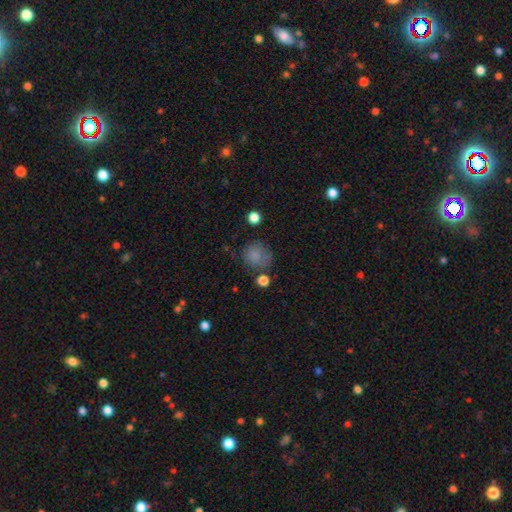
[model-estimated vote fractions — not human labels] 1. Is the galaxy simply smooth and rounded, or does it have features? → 80% smooth, 12% star or artifact, 8% featured or disk.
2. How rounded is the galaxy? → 83% round, 16% in between, 1% cigar-shaped.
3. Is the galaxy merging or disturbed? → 65% none, 20% minor disturbance, 9% major disturbance, 6% merger.